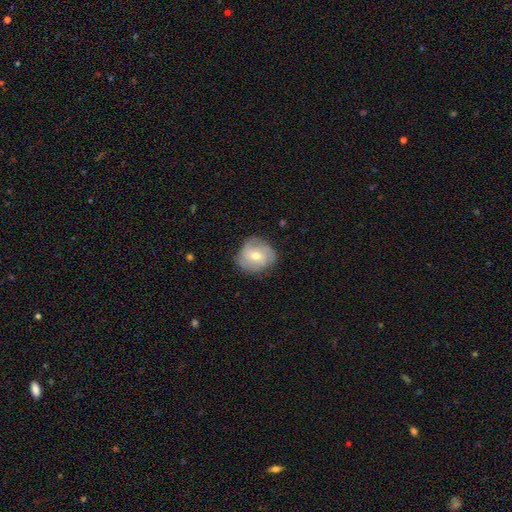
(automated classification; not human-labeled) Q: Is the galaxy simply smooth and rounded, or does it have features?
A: featured or disk — 56%.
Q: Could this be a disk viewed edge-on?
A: no — 97%.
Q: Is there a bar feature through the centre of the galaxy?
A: no — 64%.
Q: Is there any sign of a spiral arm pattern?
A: yes — 84%.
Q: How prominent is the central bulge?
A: moderate — 62%.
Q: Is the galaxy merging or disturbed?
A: none — 76%.